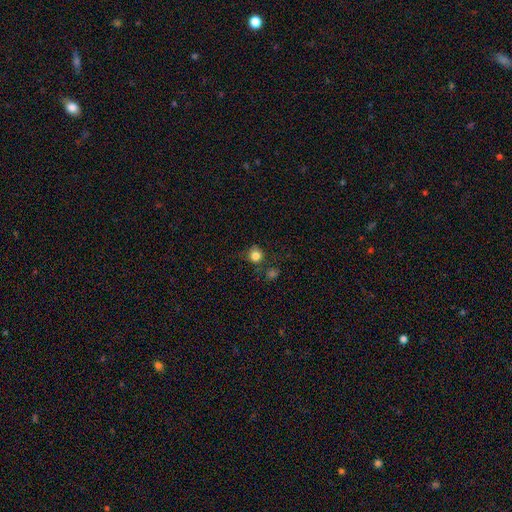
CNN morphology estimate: Q: Smooth or featured?
A: smooth (81%); runner-up: star or artifact (12%)
Q: How rounded?
A: round (90%); runner-up: in between (9%)
Q: Merging?
A: none (71%); runner-up: minor disturbance (15%)